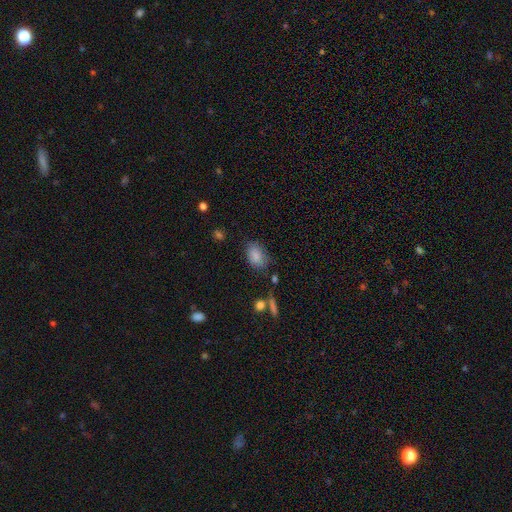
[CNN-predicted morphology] The model was most divided on "merging": none: 72%, minor disturbance: 20%, major disturbance: 6%, merger: 3%. More confident: how rounded — in between (86%); smooth or featured — smooth (85%).